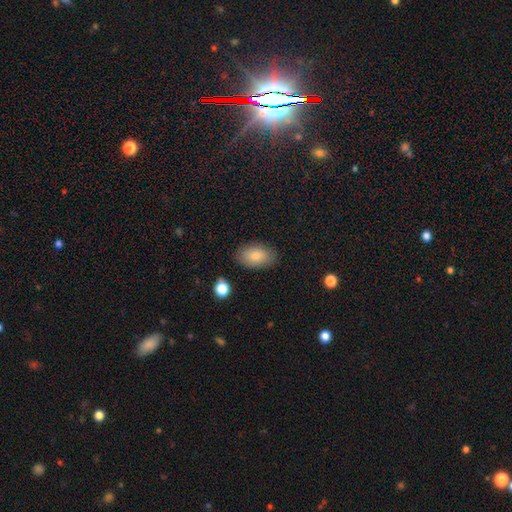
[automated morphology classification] Overall: smooth (81%). How rounded: in between (90%). Merging: none (83%).